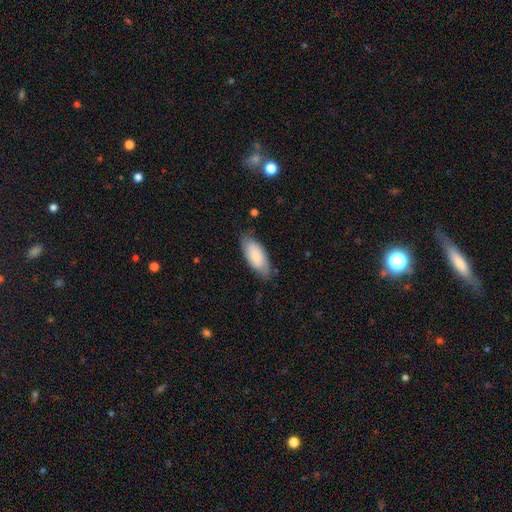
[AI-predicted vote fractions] This is clearly a smooth galaxy (81%). How rounded: clearly in between (88%). Merging: likely none (75%).